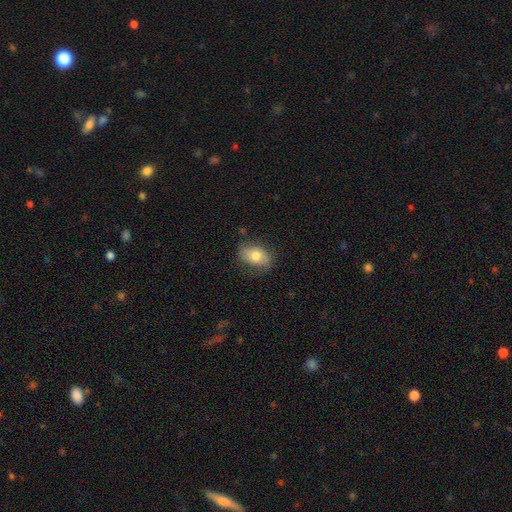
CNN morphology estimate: This is likely a smooth galaxy (70%). How rounded: clearly in between (84%). Merging: likely none (71%).